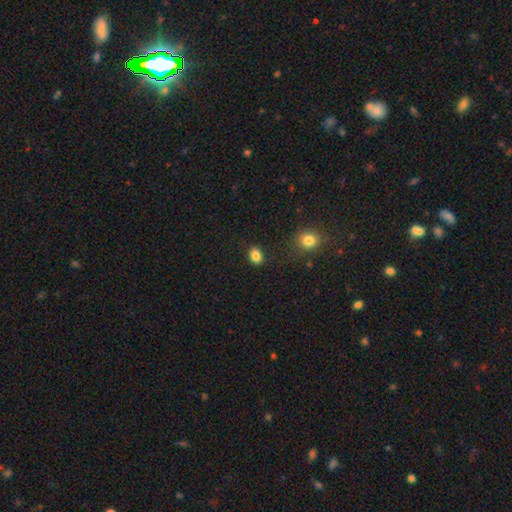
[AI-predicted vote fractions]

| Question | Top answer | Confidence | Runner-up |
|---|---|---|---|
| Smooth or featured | smooth | 85% | star or artifact (10%) |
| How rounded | in between | 66% | round (33%) |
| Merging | none | 84% | minor disturbance (10%) |